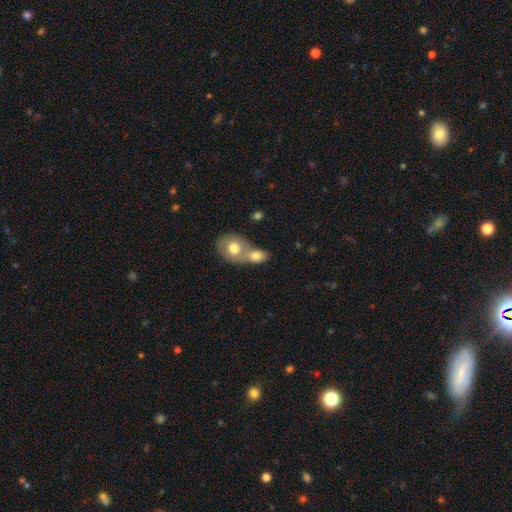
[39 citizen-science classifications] A smooth galaxy with no disk features (79%) that is in between round and cigar-shaped (74%). Merging: merger (74%).